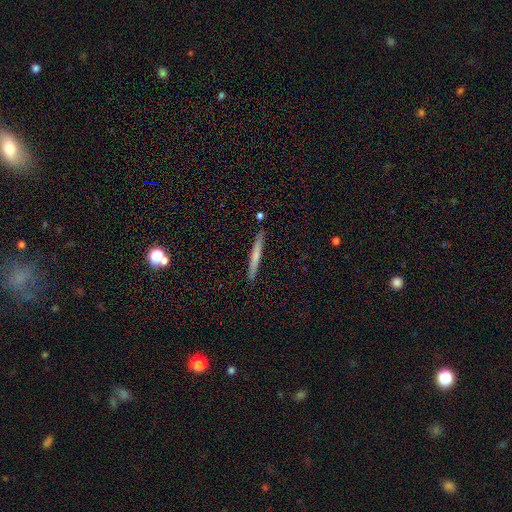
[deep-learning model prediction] smooth_or_featured: smooth (p=0.58) [alt: featured or disk p=0.36]
how_rounded: cigar-shaped (p=0.96) [alt: in between p=0.03]
merging: none (p=0.90) [alt: minor disturbance p=0.07]